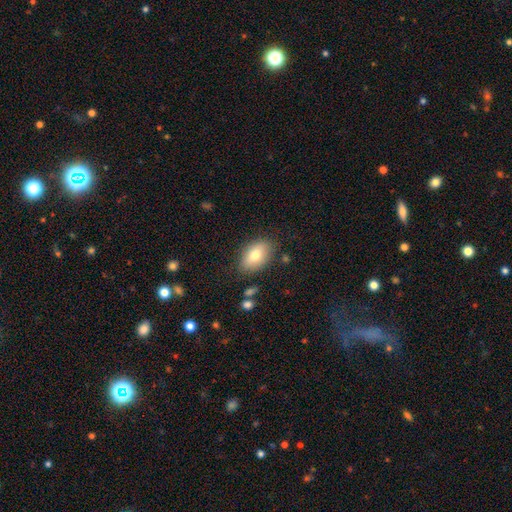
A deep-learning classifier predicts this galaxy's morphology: The model was most divided on "smooth or featured": smooth: 74%, featured or disk: 19%, star or artifact: 8%. More confident: how rounded — in between (88%); merging — none (81%).